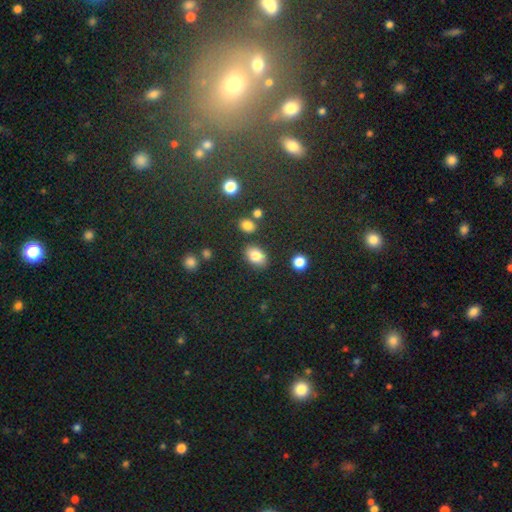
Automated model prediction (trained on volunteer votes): smooth_or_featured: smooth (p=0.83) [alt: star or artifact p=0.09]
how_rounded: in between (p=0.81) [alt: round p=0.18]
merging: none (p=0.81) [alt: minor disturbance p=0.11]